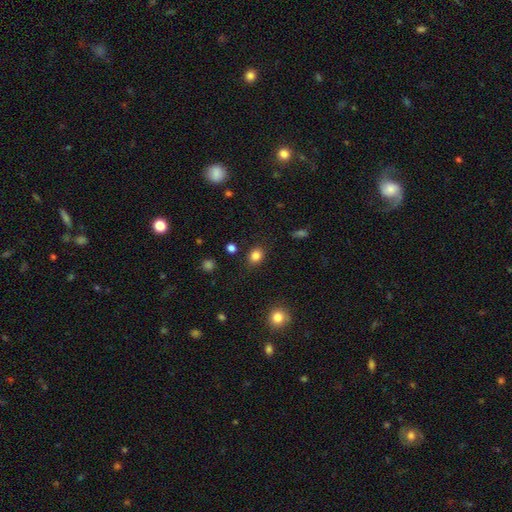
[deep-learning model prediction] A smooth galaxy with no disk features (84%) that is round (62%). Merging: none (86%).